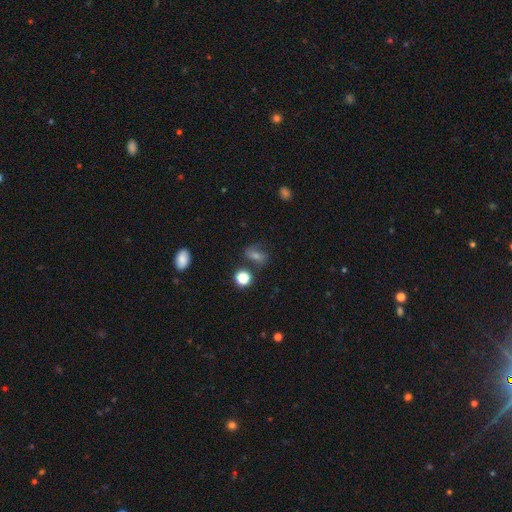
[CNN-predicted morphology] The model was most divided on "smooth or featured": smooth: 43%, featured or disk: 36%, star or artifact: 21%. More confident: merging — none (67%).